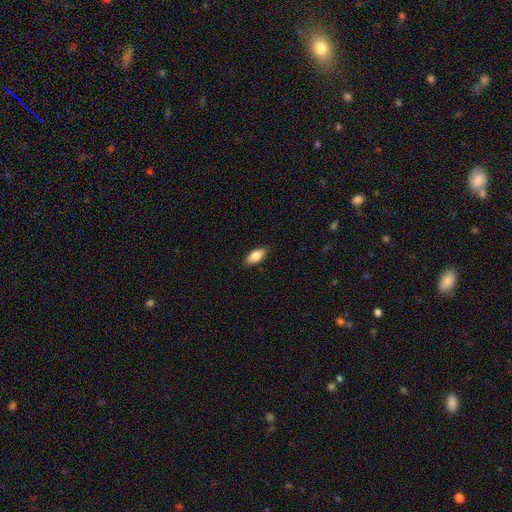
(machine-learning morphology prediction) Q: Smooth or featured?
A: smooth (79%); runner-up: featured or disk (14%)
Q: How rounded?
A: in between (86%); runner-up: cigar-shaped (11%)
Q: Merging?
A: none (85%); runner-up: minor disturbance (12%)